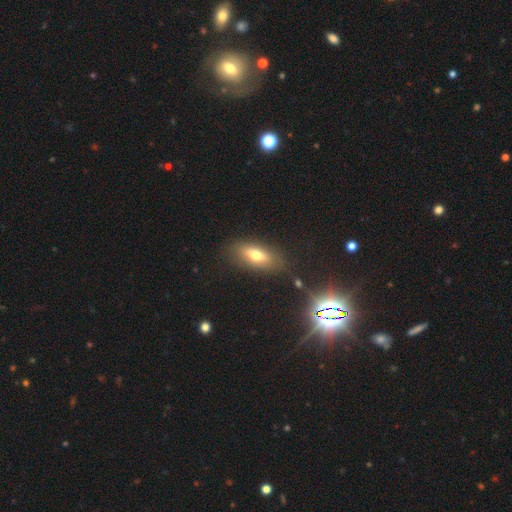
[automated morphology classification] type=smooth (65%); roundness=in between (74%); merging=none (82%).